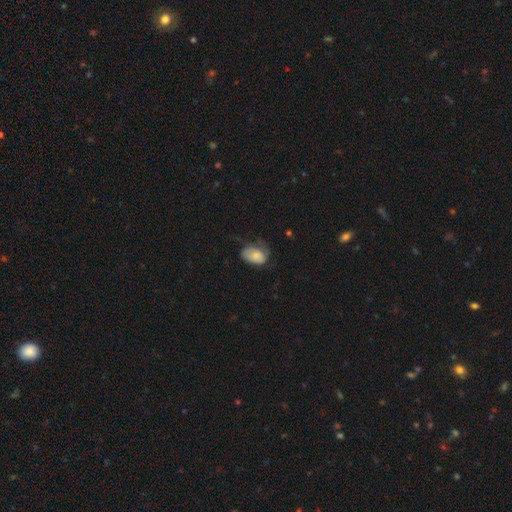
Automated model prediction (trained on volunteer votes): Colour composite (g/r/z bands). It shows a smooth galaxy with no disk features (73%) that is in between round and cigar-shaped (87%). Merging: none (37%).